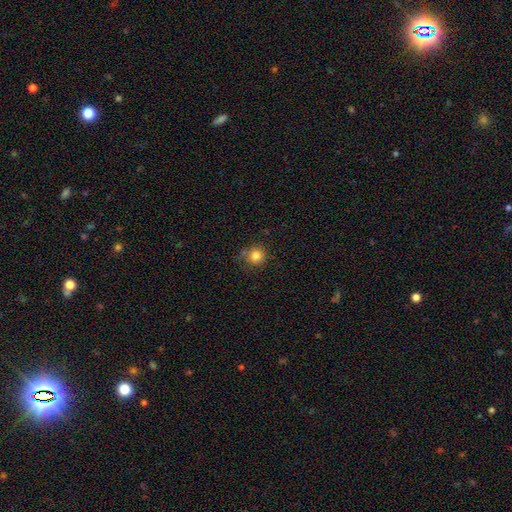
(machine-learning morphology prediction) Q: Smooth or featured?
A: smooth (83%); runner-up: star or artifact (12%)
Q: How rounded?
A: round (92%); runner-up: in between (7%)
Q: Merging?
A: none (77%); runner-up: minor disturbance (14%)